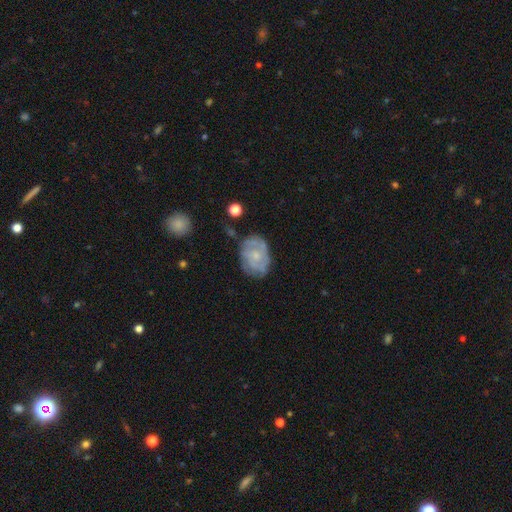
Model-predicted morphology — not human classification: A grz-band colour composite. It shows a featured or disk galaxy (67%) with no bar (73%), tight (53%) spiral arms (82%) and a small central bulge (63%). Merging: none (67%).